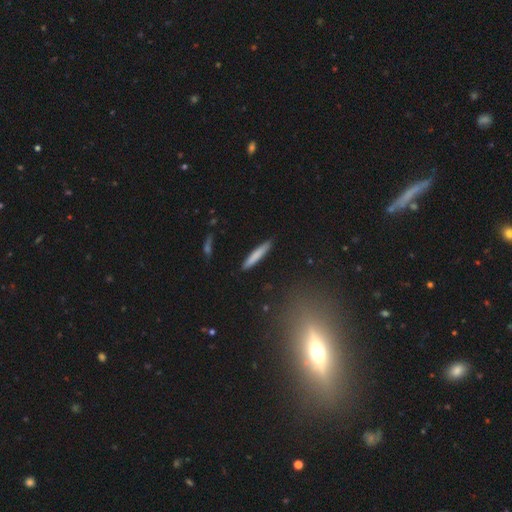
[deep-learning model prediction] This appears to be a smooth galaxy with no disk features (76%) that is cigar-shaped (94%). Merging: none (90%).